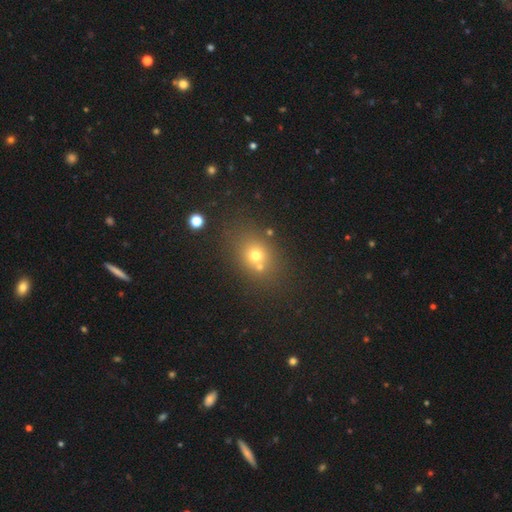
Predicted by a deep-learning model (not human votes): The model was most divided on "how rounded": round: 56%, in between: 42%, cigar-shaped: 1%. More confident: smooth or featured — smooth (67%); merging — none (64%).